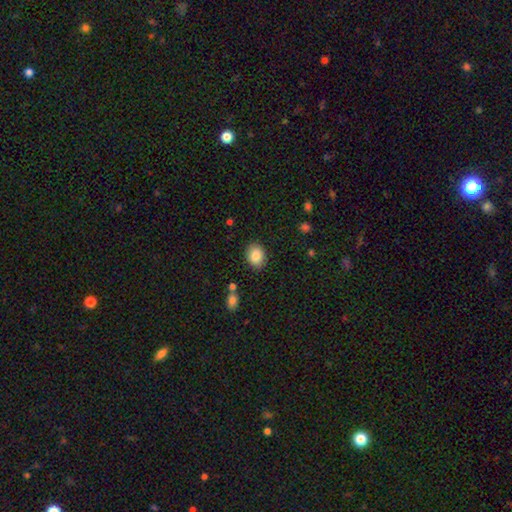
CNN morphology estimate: smooth-or-featured: smooth: 85% | star or artifact: 8% | featured or disk: 7%
  how-rounded: in between: 61% | round: 38% | cigar-shaped: 1%
  merging: none: 87% | minor disturbance: 9% | major disturbance: 2% | merger: 2%